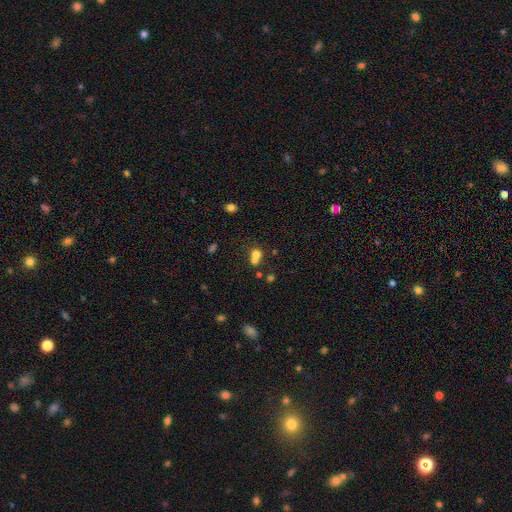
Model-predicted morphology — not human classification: Q: Smooth or featured?
A: smooth (69%); runner-up: featured or disk (16%)
Q: How rounded?
A: round (66%); runner-up: in between (32%)
Q: Merging?
A: merger (60%); runner-up: none (27%)